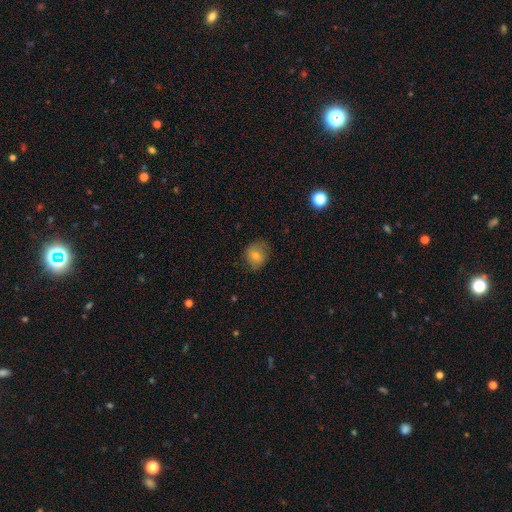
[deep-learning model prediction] smooth_or_featured: smooth (p=0.75) [alt: featured or disk p=0.16]
how_rounded: round (p=0.63) [alt: in between p=0.36]
merging: none (p=0.71) [alt: minor disturbance p=0.21]